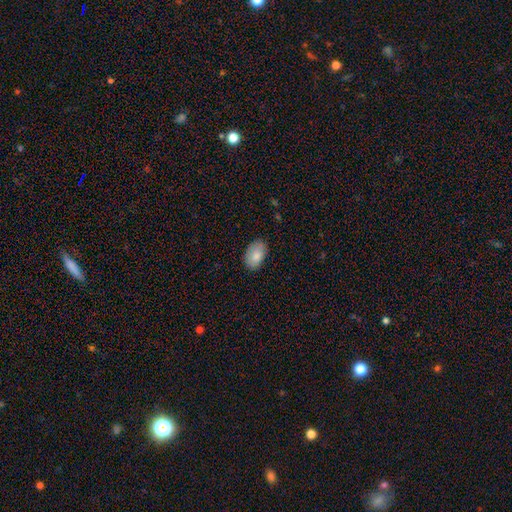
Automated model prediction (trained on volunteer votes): Morphology: type=smooth (85%); roundness=in between (90%); merging=none (82%).